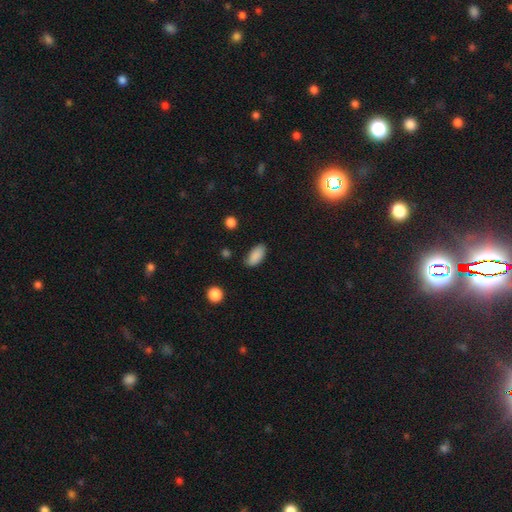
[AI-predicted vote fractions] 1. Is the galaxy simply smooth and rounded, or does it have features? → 88% smooth, 8% star or artifact, 4% featured or disk.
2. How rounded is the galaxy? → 92% in between, 6% cigar-shaped, 3% round.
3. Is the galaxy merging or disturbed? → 79% none, 16% minor disturbance, 3% major disturbance, 2% merger.